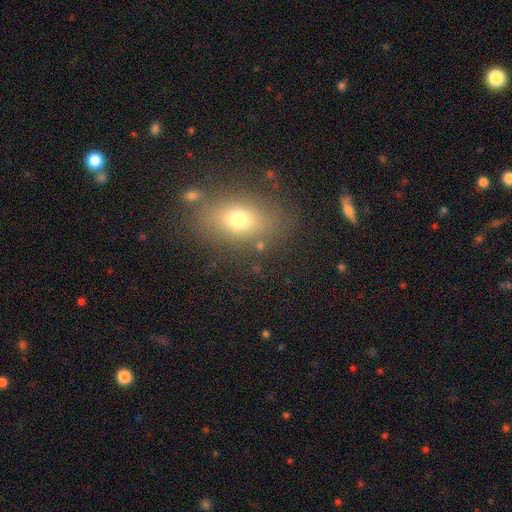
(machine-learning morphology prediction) This appears to be a smooth galaxy with no disk features (65%) that is in between round and cigar-shaped (75%). Merging: none (82%).